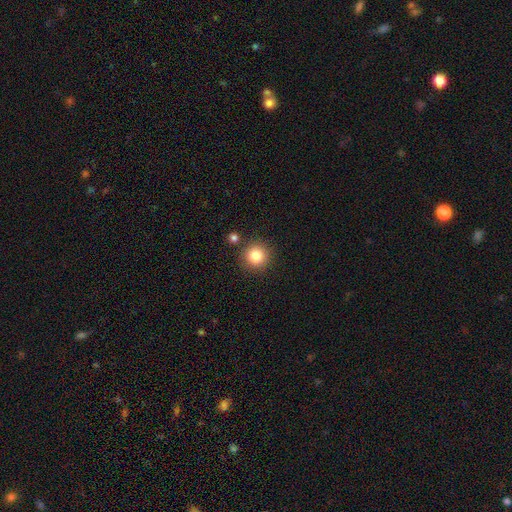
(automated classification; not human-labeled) smooth_or_featured: smooth (p=0.84) [alt: star or artifact p=0.11]
how_rounded: round (p=0.94) [alt: in between p=0.05]
merging: none (p=0.85) [alt: minor disturbance p=0.07]